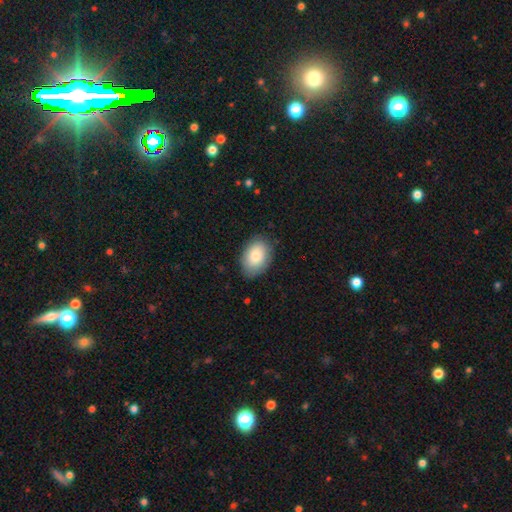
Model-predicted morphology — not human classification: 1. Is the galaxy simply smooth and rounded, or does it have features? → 82% smooth, 11% featured or disk, 7% star or artifact.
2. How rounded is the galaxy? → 84% in between, 15% round, 1% cigar-shaped.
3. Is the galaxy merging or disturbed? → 84% none, 13% minor disturbance, 3% major disturbance, 1% merger.